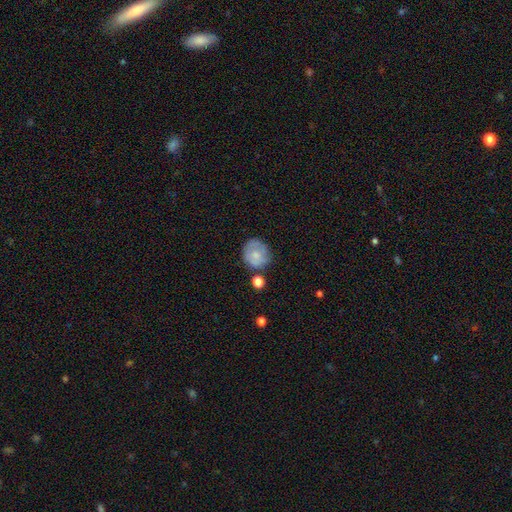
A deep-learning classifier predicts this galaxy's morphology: smooth_or_featured: smooth (p=0.64) [alt: featured or disk p=0.28]
how_rounded: round (p=0.82) [alt: in between p=0.17]
merging: none (p=0.63) [alt: minor disturbance p=0.22]